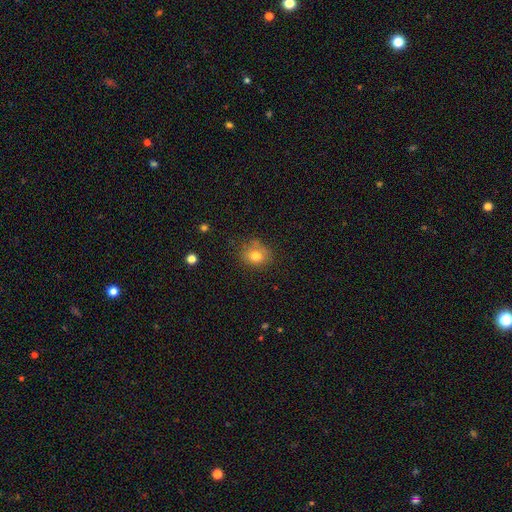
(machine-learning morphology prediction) A smooth galaxy with no disk features (77%) that is round (57%). Merging: none (67%).